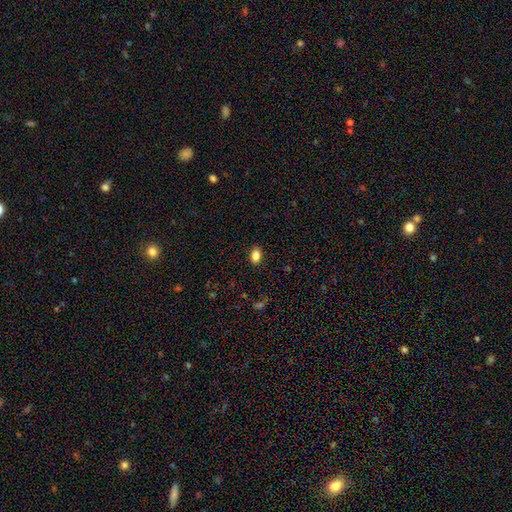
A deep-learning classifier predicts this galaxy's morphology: Q: Smooth or featured?
A: smooth (85%); runner-up: star or artifact (10%)
Q: How rounded?
A: in between (86%); runner-up: round (12%)
Q: Merging?
A: none (88%); runner-up: minor disturbance (8%)